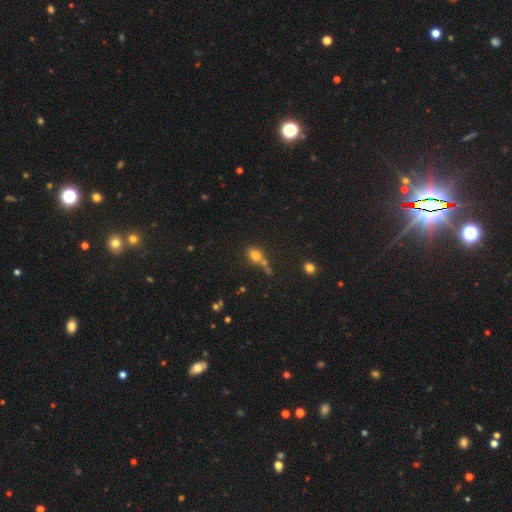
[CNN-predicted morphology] A smooth galaxy with no disk features (74%) that is in between round and cigar-shaped (51%).

Vote fractions:
- Smooth or featured? smooth: 74% / star or artifact: 15% / featured or disk: 11%
- How rounded? in between: 51% / round: 45% / cigar-shaped: 5%
- Merging? none: 40% / merger: 35% / minor disturbance: 15% / major disturbance: 10%